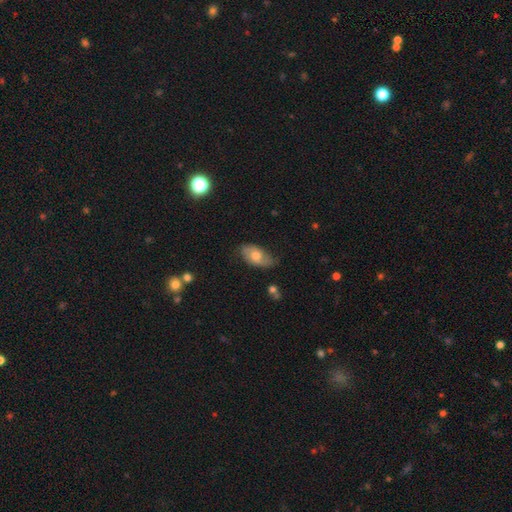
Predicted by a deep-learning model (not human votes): Overall: smooth (60%; featured or disk 34%). How rounded: in between (92%). Merging: none (64%; minor disturbance 28%).